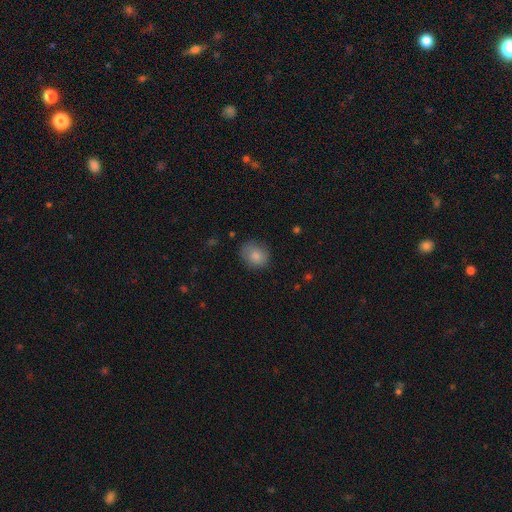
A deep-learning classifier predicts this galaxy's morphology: The model was most divided on "how rounded": round: 57%, in between: 42%, cigar-shaped: 1%. More confident: smooth or featured — smooth (83%); merging — none (76%).